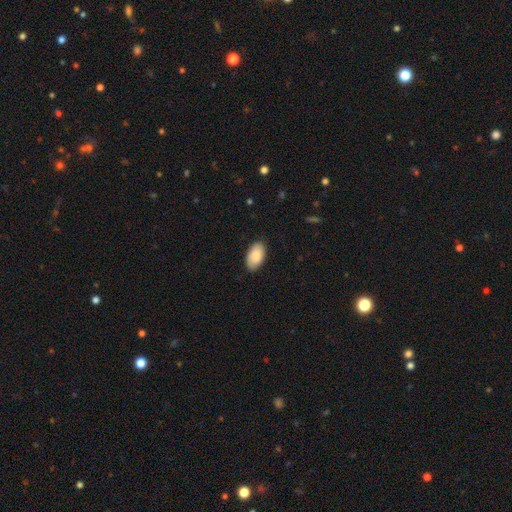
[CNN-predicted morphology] A smooth galaxy with no disk features (84%) that is in between round and cigar-shaped (95%).

Vote fractions:
- Smooth or featured? smooth: 84% / featured or disk: 10% / star or artifact: 6%
- How rounded? in between: 95% / round: 4% / cigar-shaped: 1%
- Merging? none: 84% / minor disturbance: 13% / major disturbance: 2% / merger: 1%